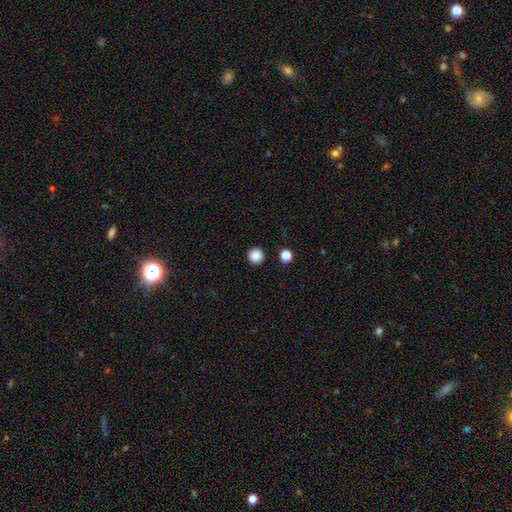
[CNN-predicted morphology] Smooth or featured?
  - smooth: 87% *
  - star or artifact: 10%
  - featured or disk: 3%
How rounded?
  - round: 96% *
  - in between: 3%
  - cigar-shaped: 1%
Merging?
  - none: 92% *
  - minor disturbance: 4%
  - merger: 2%
  - major disturbance: 2%